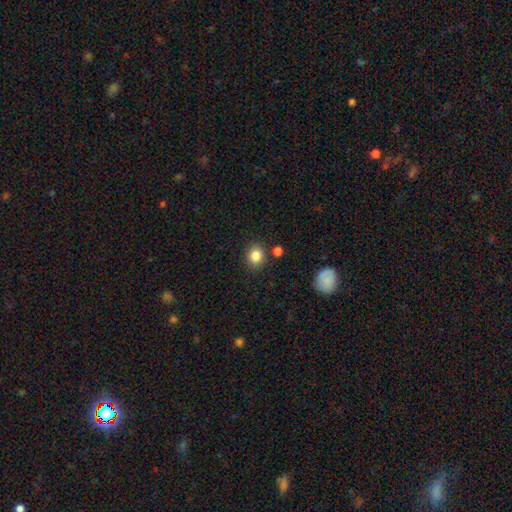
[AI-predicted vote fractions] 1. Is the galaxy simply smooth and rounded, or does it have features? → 85% smooth, 10% star or artifact, 5% featured or disk.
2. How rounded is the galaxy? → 71% round, 28% in between, 1% cigar-shaped.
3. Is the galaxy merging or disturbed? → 83% none, 9% minor disturbance, 5% merger, 3% major disturbance.